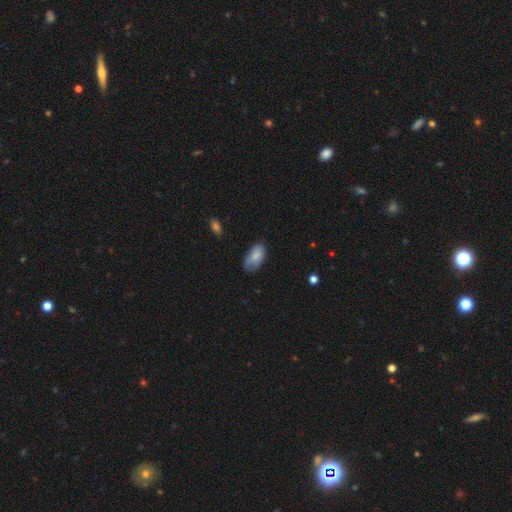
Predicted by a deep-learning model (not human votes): Smooth or featured?
  - smooth: 79% *
  - featured or disk: 14%
  - star or artifact: 7%
How rounded?
  - in between: 94% *
  - round: 4%
  - cigar-shaped: 3%
Merging?
  - none: 62% *
  - minor disturbance: 29%
  - major disturbance: 7%
  - merger: 2%